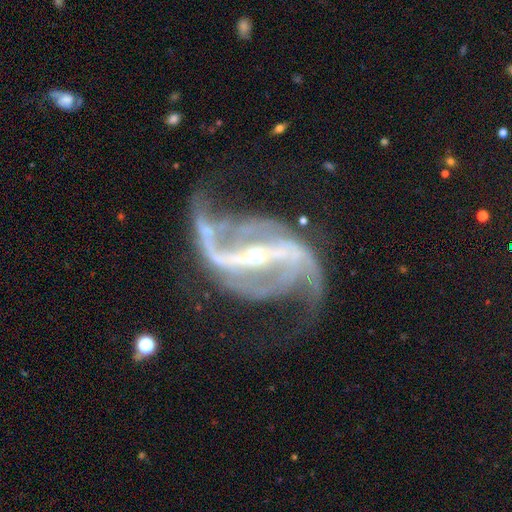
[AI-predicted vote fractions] smooth_or_featured: featured or disk (p=0.93) [alt: star or artifact p=0.05]
disk_edge_on: no (p=0.97) [alt: yes p=0.03]
bar: strong (p=0.78) [alt: weak p=0.15]
has_spiral_arms: yes (p=0.98) [alt: no p=0.02]
spiral_winding: loose (p=0.55) [alt: medium p=0.35]
spiral_arm_count: 2 (p=0.83) [alt: 3 p=0.06]
bulge_size: small (p=0.77) [alt: moderate p=0.20]
merging: none (p=0.58) [alt: major disturbance p=0.20]